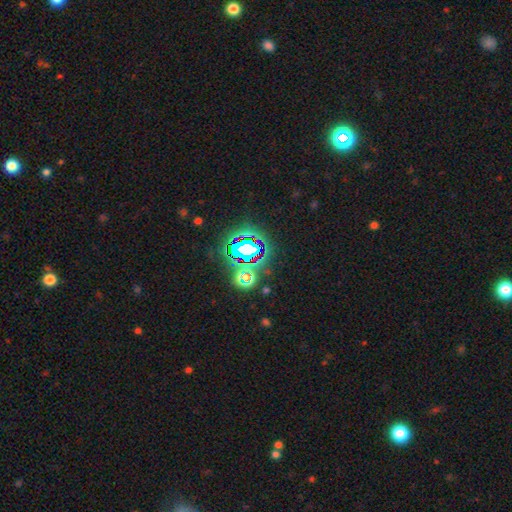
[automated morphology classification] smooth_or_featured: star or artifact (p=0.79) [alt: smooth p=0.13]